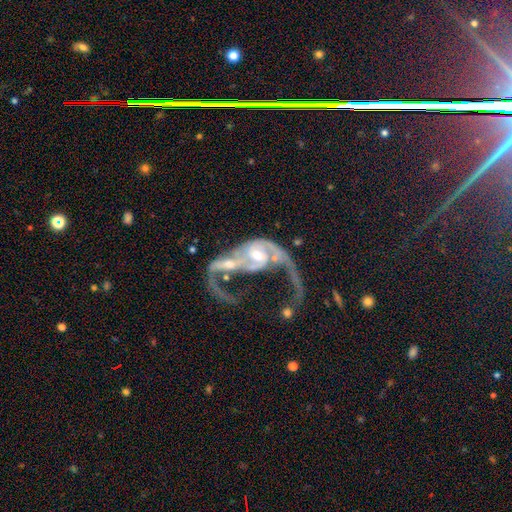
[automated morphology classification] This is clearly a featured or disk galaxy (83%). It is clearly not viewed edge-on (96%). Bar: likely no (60%). Spiral arm pattern: clearly yes (85%). Spiral arm count: likely 2 (61%). Spiral winding: likely loose (70%). Central bulge: possibly moderate (53%). Merging: likely merger (65%).